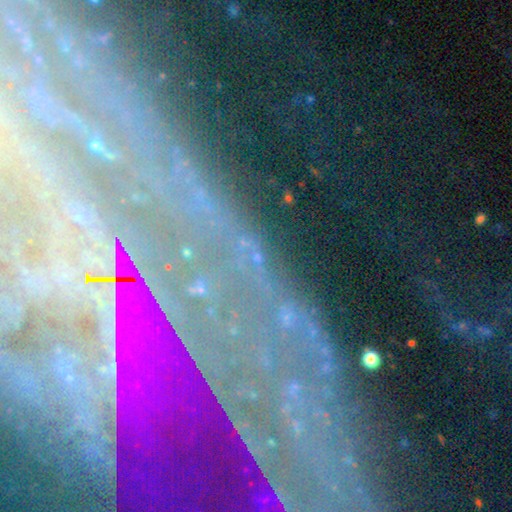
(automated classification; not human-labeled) This is possibly a star or artifact rather than a galaxy (59%).